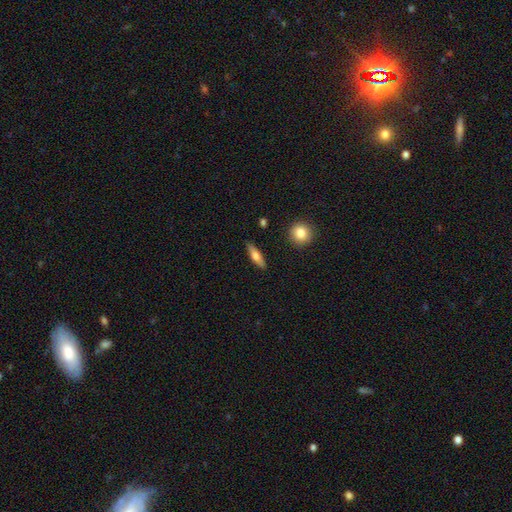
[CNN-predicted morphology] type=smooth (59%); roundness=cigar-shaped (58%); merging=none (87%).